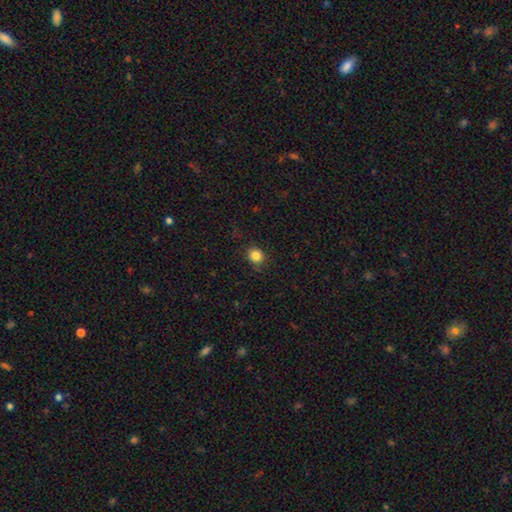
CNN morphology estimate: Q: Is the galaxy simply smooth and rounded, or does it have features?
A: smooth — 84%.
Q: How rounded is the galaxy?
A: round — 84%.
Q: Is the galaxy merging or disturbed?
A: none — 86%.